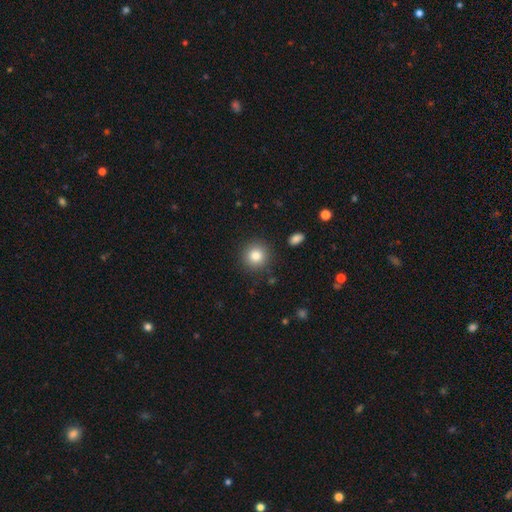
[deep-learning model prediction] Smooth or featured?
  - smooth: 83% *
  - star or artifact: 10%
  - featured or disk: 7%
How rounded?
  - round: 93% *
  - in between: 7%
  - cigar-shaped: 1%
Merging?
  - none: 89% *
  - minor disturbance: 7%
  - major disturbance: 3%
  - merger: 2%